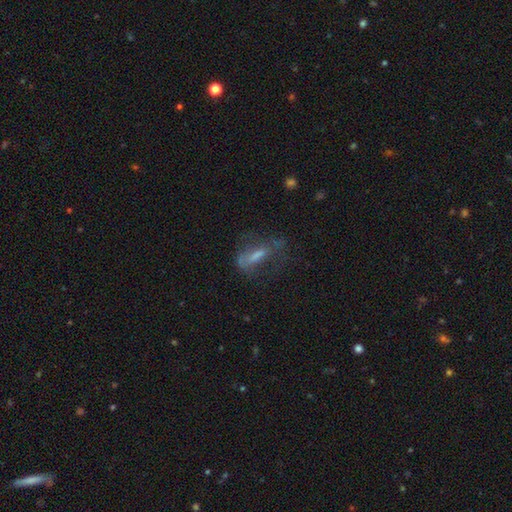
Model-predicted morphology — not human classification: Smooth or featured: featured or disk — 45% (smooth — 38%)
Merging: none — 48% (major disturbance — 27%)